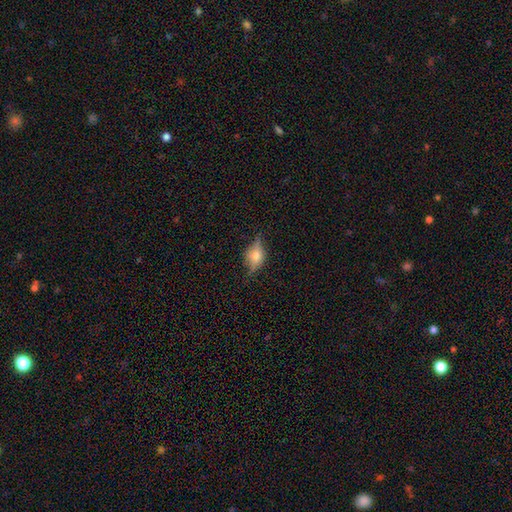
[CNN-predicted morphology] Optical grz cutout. It shows a featured or disk galaxy (54%) viewed edge-on (88%). Merging: none (71%).